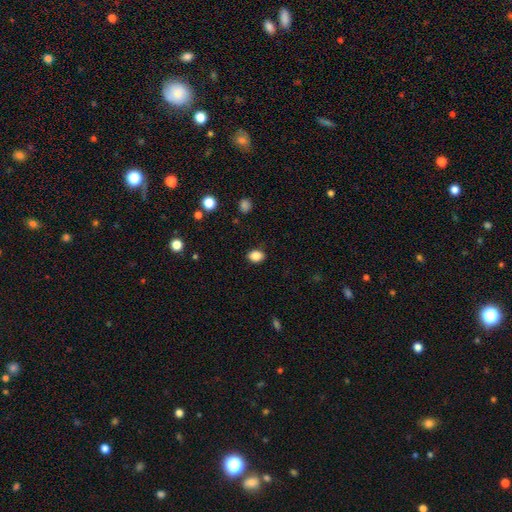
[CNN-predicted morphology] Smooth or featured: smooth — 86% (star or artifact — 10%)
How rounded: in between — 60% (round — 39%)
Merging: none — 88% (minor disturbance — 9%)